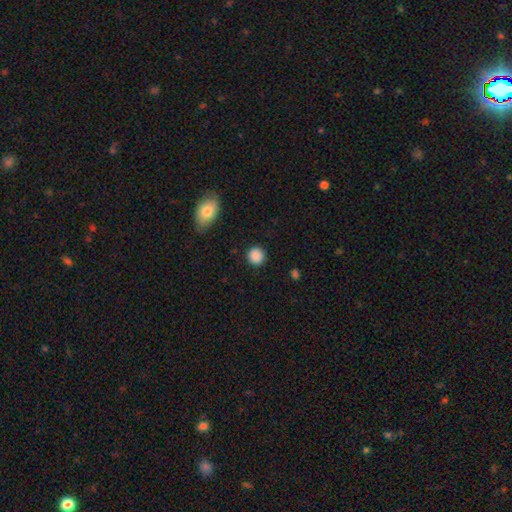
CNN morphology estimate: smooth 88%, star or artifact 9%, featured or disk 3%. Down the decision tree: how rounded — round (91%); merging — none (89%).